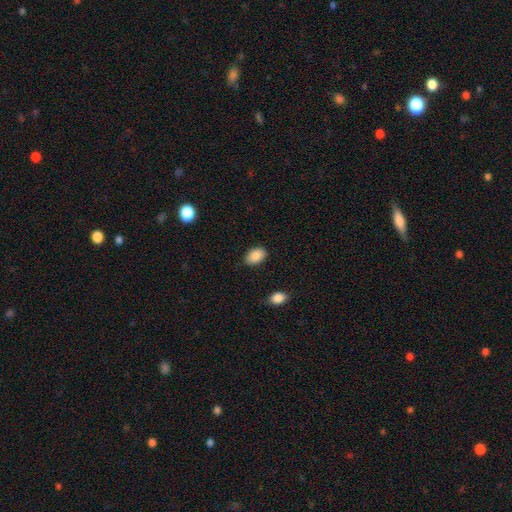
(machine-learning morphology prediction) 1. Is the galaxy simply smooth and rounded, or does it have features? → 89% smooth, 7% star or artifact, 4% featured or disk.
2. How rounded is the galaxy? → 87% in between, 12% round, 1% cigar-shaped.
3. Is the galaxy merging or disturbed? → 84% none, 12% minor disturbance, 3% major disturbance, 1% merger.